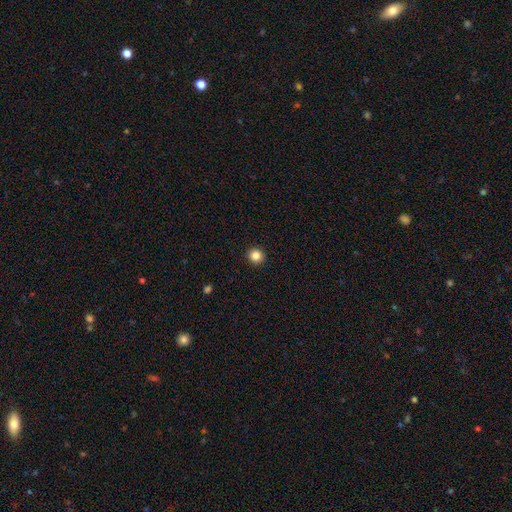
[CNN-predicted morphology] A smooth galaxy with no disk features (85%) that is round (92%). Merging: none (93%).